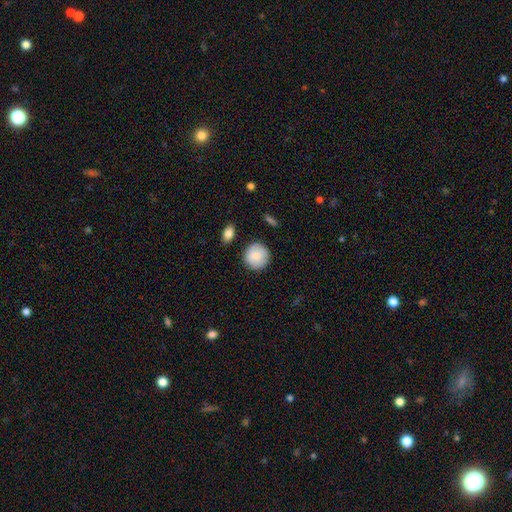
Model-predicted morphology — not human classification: Smooth or featured: smooth — 86% (featured or disk — 8%)
How rounded: round — 93% (in between — 6%)
Merging: none — 87% (minor disturbance — 9%)